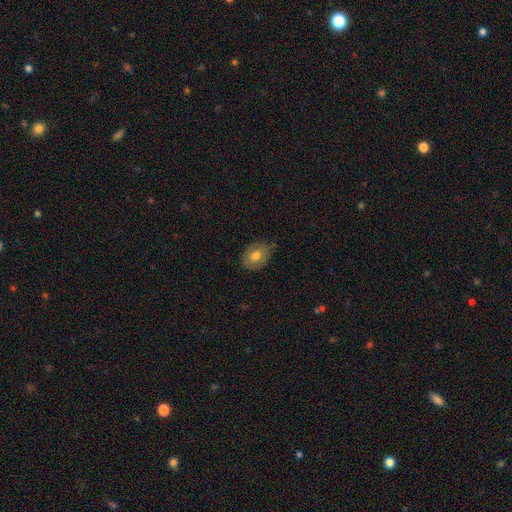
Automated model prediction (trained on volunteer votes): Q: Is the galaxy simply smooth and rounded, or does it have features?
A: smooth — 70%.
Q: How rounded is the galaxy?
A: in between — 63%.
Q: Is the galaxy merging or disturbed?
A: none — 76%.